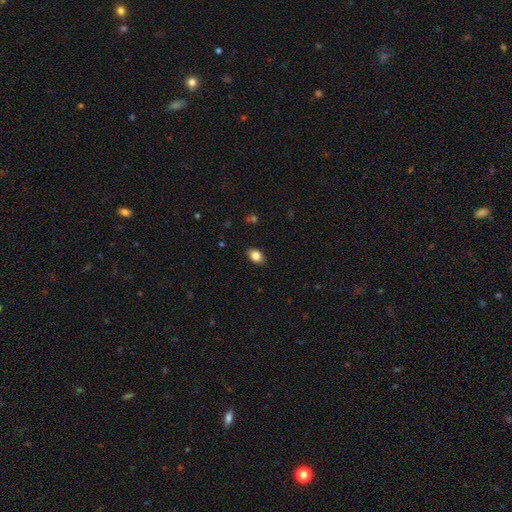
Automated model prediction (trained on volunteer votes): This is clearly a smooth galaxy (84%). How rounded: likely in between (74%). Merging: clearly none (87%).